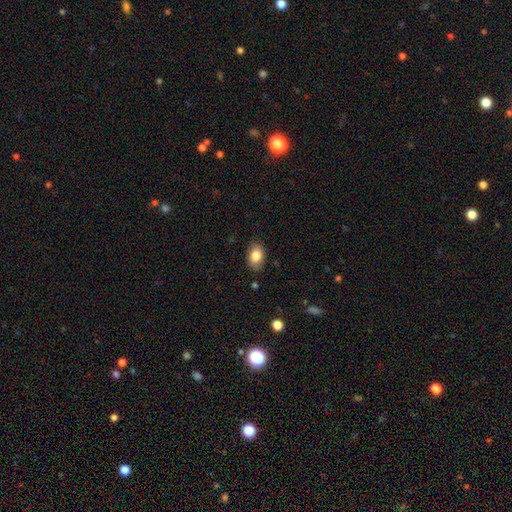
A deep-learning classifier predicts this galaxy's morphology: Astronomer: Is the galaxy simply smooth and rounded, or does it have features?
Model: smooth — 83%.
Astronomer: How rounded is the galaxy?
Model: in between — 86%.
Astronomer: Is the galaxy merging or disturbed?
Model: none — 84%.